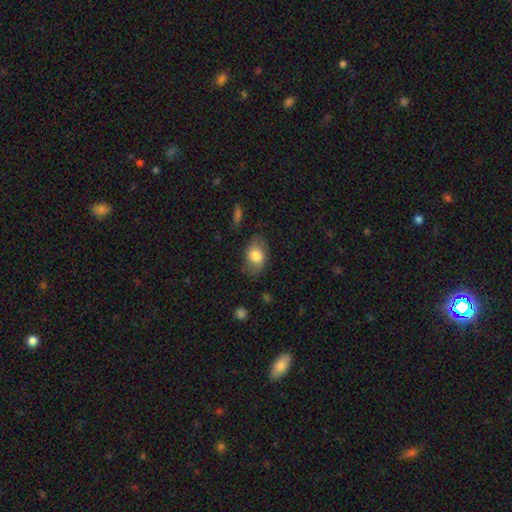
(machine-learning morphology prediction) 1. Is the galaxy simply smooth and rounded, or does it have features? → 76% smooth, 17% featured or disk, 7% star or artifact.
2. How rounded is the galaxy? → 86% in between, 13% round, 1% cigar-shaped.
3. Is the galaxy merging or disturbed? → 74% none, 19% minor disturbance, 6% major disturbance, 1% merger.